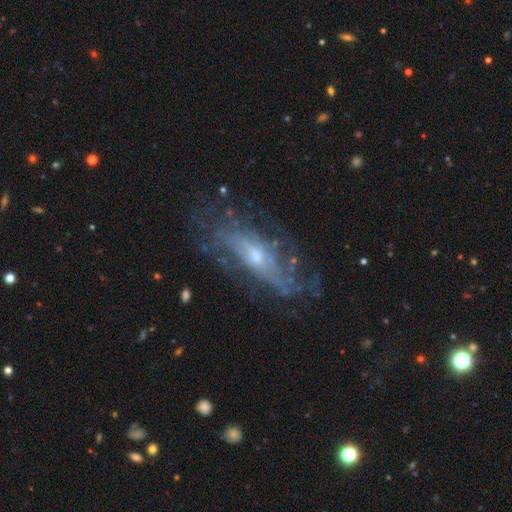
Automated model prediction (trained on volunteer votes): smooth_or_featured: featured or disk (p=0.80) [alt: smooth p=0.12]
disk_edge_on: no (p=0.84) [alt: yes p=0.16]
bar: no (p=0.65) [alt: weak p=0.27]
has_spiral_arms: yes (p=0.83) [alt: no p=0.17]
spiral_winding: tight (p=0.41) [alt: medium p=0.36]
spiral_arm_count: can't tell (p=0.53) [alt: 2 p=0.19]
bulge_size: small (p=0.56) [alt: moderate p=0.39]
merging: none (p=0.67) [alt: minor disturbance p=0.19]